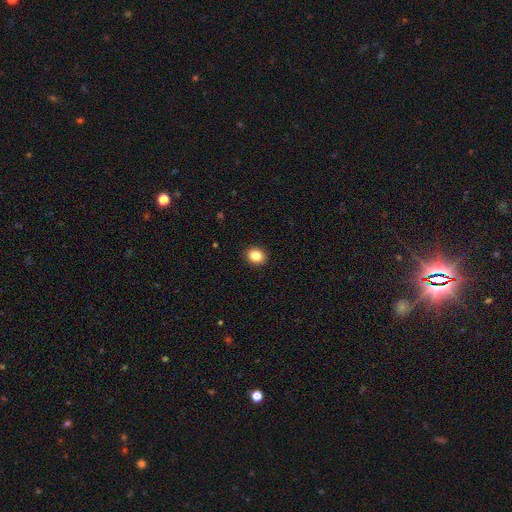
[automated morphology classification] A smooth galaxy with no disk features (85%) that is round (55%).

Vote fractions:
- Smooth or featured? smooth: 85% / star or artifact: 10% / featured or disk: 6%
- How rounded? round: 55% / in between: 44% / cigar-shaped: 1%
- Merging? none: 91% / minor disturbance: 6% / major disturbance: 2% / merger: 1%